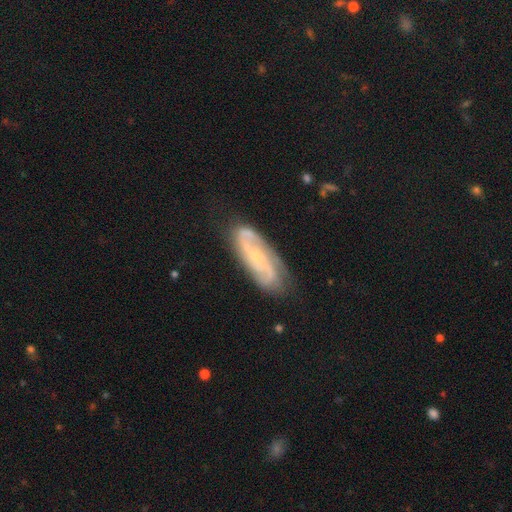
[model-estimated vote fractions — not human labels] smooth_or_featured: featured or disk (p=0.85) [alt: smooth p=0.09]
disk_edge_on: no (p=0.92) [alt: yes p=0.08]
bar: no (p=0.48) [alt: weak p=0.37]
has_spiral_arms: yes (p=0.96) [alt: no p=0.04]
spiral_winding: medium (p=0.46) [alt: tight p=0.36]
spiral_arm_count: 2 (p=0.66) [alt: 3 p=0.13]
bulge_size: small (p=0.69) [alt: moderate p=0.26]
merging: none (p=0.78) [alt: minor disturbance p=0.16]